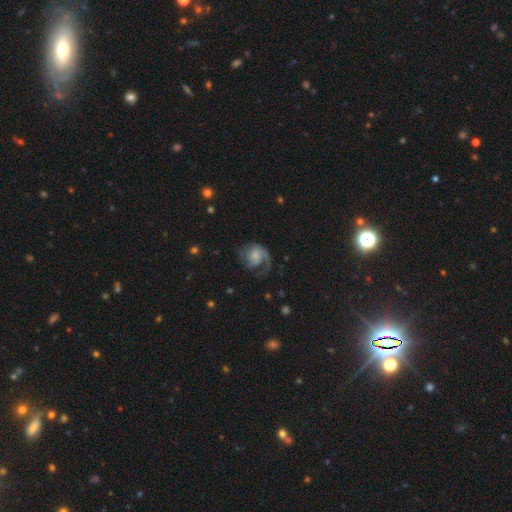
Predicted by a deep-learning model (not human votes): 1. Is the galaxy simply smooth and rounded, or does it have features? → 66% featured or disk, 27% smooth, 7% star or artifact.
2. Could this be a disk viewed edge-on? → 98% no, 2% yes.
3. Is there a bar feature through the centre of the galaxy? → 69% no, 27% weak, 4% strong.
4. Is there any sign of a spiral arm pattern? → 89% yes, 11% no.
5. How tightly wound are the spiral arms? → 42% medium, 33% loose, 25% tight.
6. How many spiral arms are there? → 62% 1, 25% 2, 8% can't tell, 3% 3, 1% 4, 1% more than 4.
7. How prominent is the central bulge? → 40% small, 30% moderate, 17% none, 10% large, 3% dominant.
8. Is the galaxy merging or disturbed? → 44% none, 34% major disturbance, 20% minor disturbance, 2% merger.